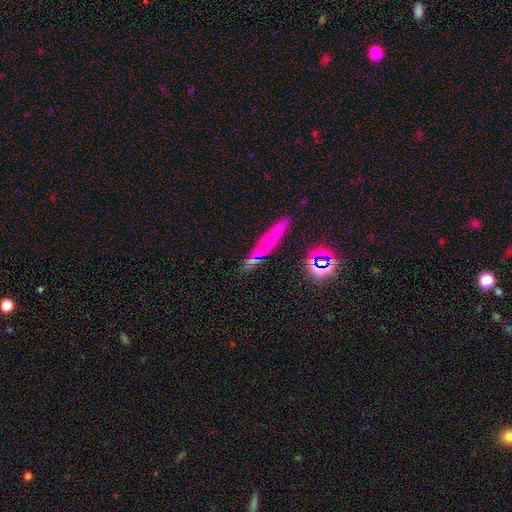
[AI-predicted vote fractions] Overall: smooth (59%; featured or disk 25%). How rounded: cigar-shaped (88%). Merging: none (81%).